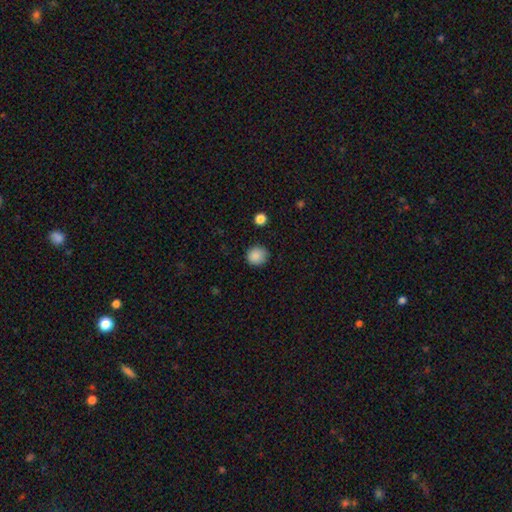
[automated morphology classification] A smooth galaxy with no disk features (87%) that is round (90%).

Vote fractions:
- Smooth or featured? smooth: 87% / star or artifact: 10% / featured or disk: 3%
- How rounded? round: 90% / in between: 9% / cigar-shaped: 1%
- Merging? none: 87% / minor disturbance: 9% / major disturbance: 2% / merger: 1%